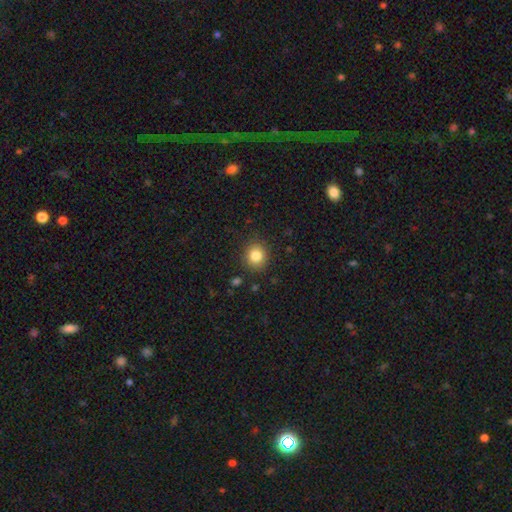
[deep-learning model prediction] Smooth or featured? smooth (83%)
How rounded? round (84%)
Merging? none (88%)